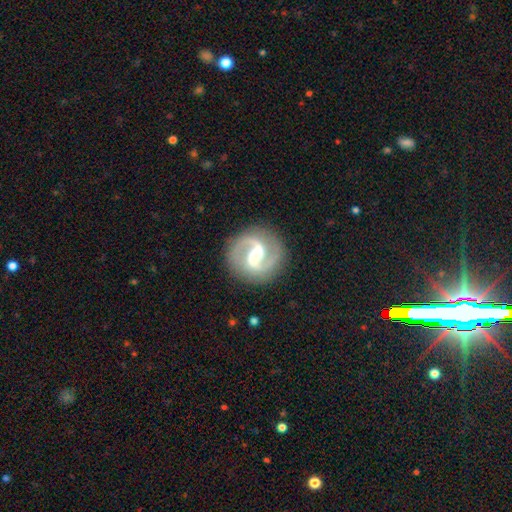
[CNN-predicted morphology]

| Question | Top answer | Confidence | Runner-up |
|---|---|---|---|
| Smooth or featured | featured or disk | 92% | smooth (4%) |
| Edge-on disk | no | 98% | yes (2%) |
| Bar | weak | 49% | strong (28%) |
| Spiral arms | yes | 98% | no (2%) |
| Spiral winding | medium | 62% | tight (19%) |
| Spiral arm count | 2 | 93% | 3 (2%) |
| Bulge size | moderate | 51% | small (41%) |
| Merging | none | 87% | minor disturbance (9%) |